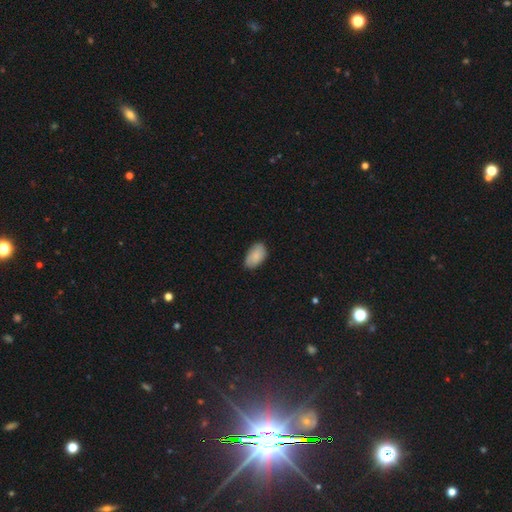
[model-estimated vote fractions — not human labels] smooth_or_featured: smooth (p=0.85) [alt: featured or disk p=0.09]
how_rounded: in between (p=0.94) [alt: round p=0.05]
merging: none (p=0.78) [alt: minor disturbance p=0.18]